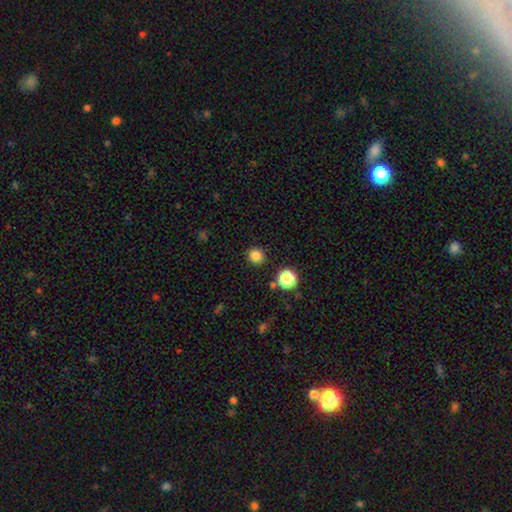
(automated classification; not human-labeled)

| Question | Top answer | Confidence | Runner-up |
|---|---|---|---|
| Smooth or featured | smooth | 83% | star or artifact (13%) |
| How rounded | round | 93% | in between (6%) |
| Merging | none | 91% | minor disturbance (5%) |